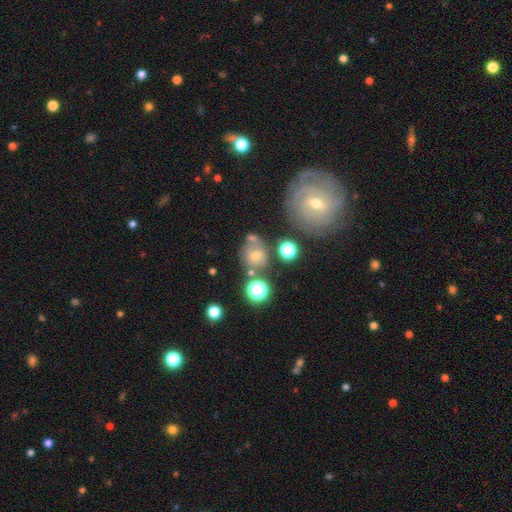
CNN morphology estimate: smooth_or_featured: smooth (p=0.39) [alt: featured or disk p=0.38]
merging: none (p=0.67) [alt: minor disturbance p=0.14]